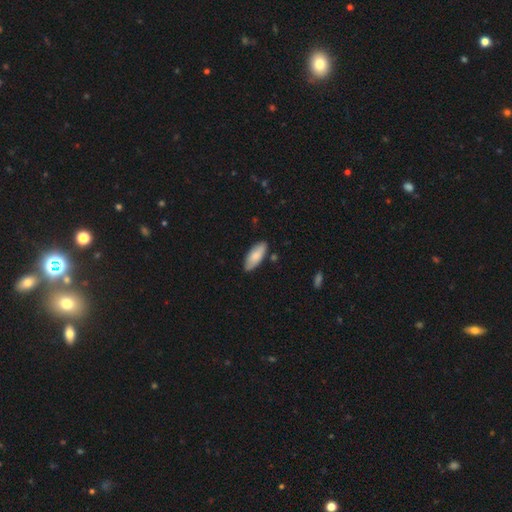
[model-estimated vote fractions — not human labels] The model was most divided on "how rounded": in between: 81%, cigar-shaped: 18%, round: 2%. More confident: merging — none (85%); smooth or featured — smooth (83%).